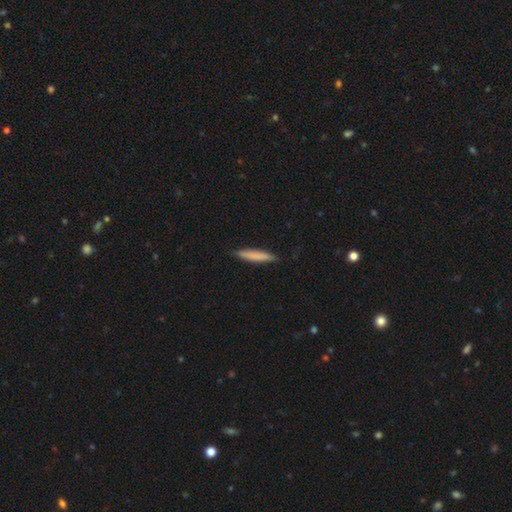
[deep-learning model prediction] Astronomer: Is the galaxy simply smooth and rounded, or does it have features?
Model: smooth — 77%.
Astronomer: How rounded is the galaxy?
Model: cigar-shaped — 92%.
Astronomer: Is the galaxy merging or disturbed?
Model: none — 87%.